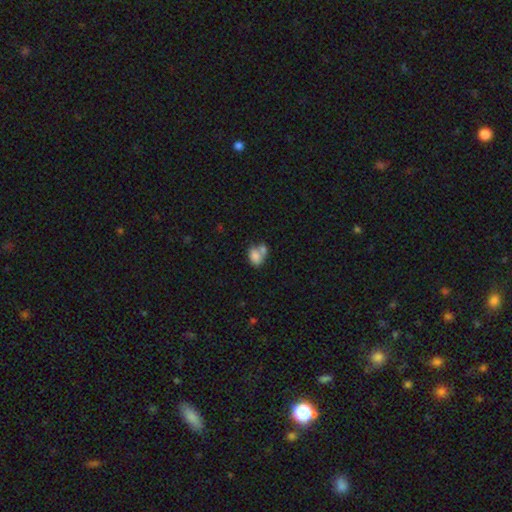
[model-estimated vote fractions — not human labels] Smooth or featured? Predicted: smooth (p=0.79). How rounded? Predicted: in between (p=0.82). Merging? Predicted: merger (p=0.55).